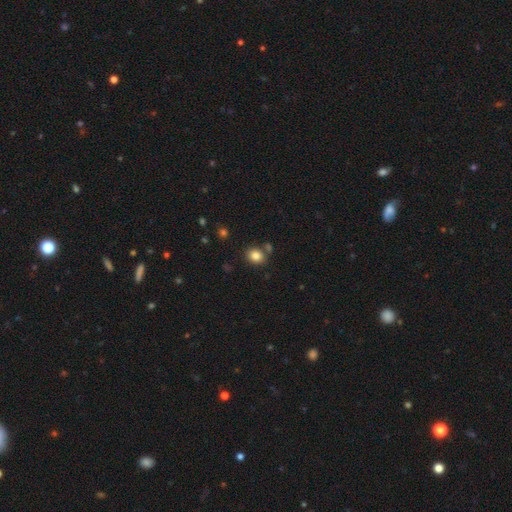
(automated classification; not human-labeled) smooth-or-featured: smooth: 83% | star or artifact: 10% | featured or disk: 6%
  how-rounded: round: 57% | in between: 42% | cigar-shaped: 1%
  merging: none: 77% | minor disturbance: 10% | merger: 10% | major disturbance: 3%